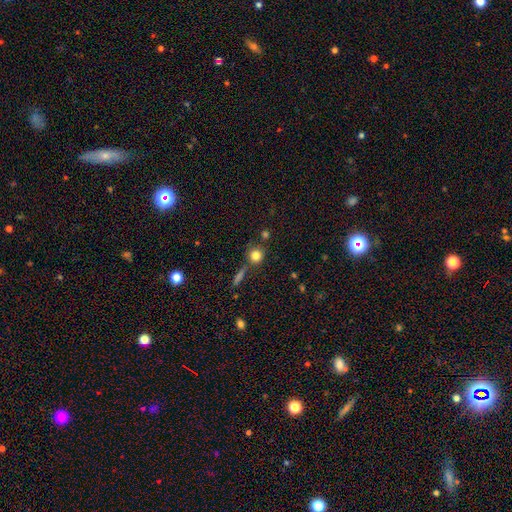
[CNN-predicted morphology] A smooth galaxy with no disk features (80%) that is round (89%).

Vote fractions:
- Smooth or featured? smooth: 80% / star or artifact: 12% / featured or disk: 8%
- How rounded? round: 89% / in between: 9% / cigar-shaped: 2%
- Merging? none: 74% / merger: 12% / minor disturbance: 11% / major disturbance: 4%